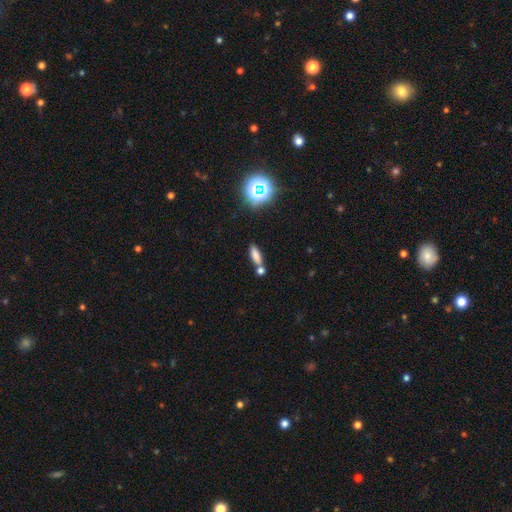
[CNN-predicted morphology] A smooth galaxy with no disk features (73%) that is in between round and cigar-shaped (57%).

Vote fractions:
- Smooth or featured? smooth: 73% / star or artifact: 16% / featured or disk: 10%
- How rounded? in between: 57% / cigar-shaped: 38% / round: 5%
- Merging? none: 58% / merger: 28% / minor disturbance: 11% / major disturbance: 4%